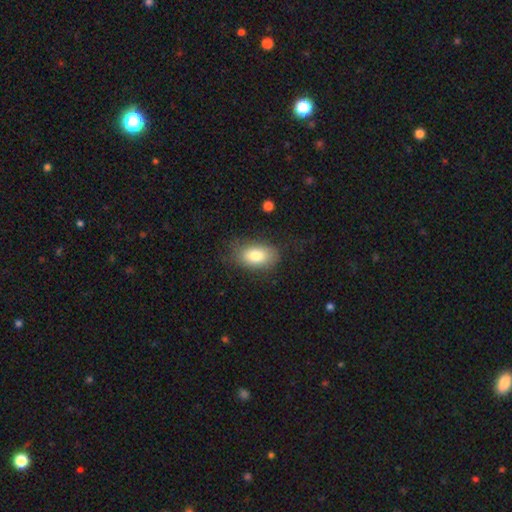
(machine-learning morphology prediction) smooth-or-featured: smooth: 80% | featured or disk: 12% | star or artifact: 8%
  how-rounded: in between: 89% | round: 10% | cigar-shaped: 2%
  merging: none: 75% | minor disturbance: 17% | major disturbance: 7% | merger: 1%